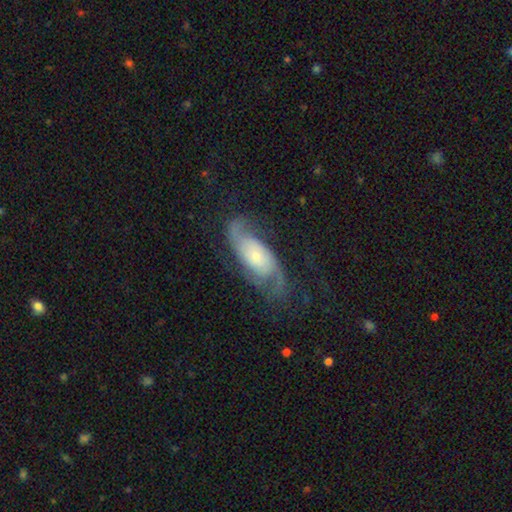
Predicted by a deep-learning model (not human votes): Morphology: type=featured or disk (79%); edge-on=no (93%); bar=no (71%); spiral arms=yes (94%); winding=medium (42%); arm count=2 (82%); bulge=small (66%); merging=none (64%).